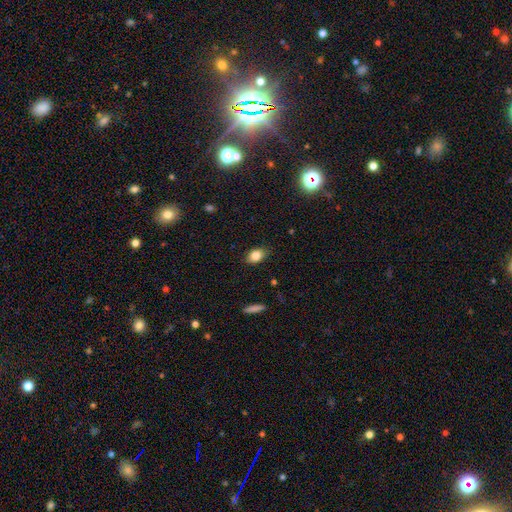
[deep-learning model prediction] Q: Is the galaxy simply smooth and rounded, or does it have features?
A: smooth — 84%.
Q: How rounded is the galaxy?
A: in between — 83%.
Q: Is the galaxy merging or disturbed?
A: none — 81%.